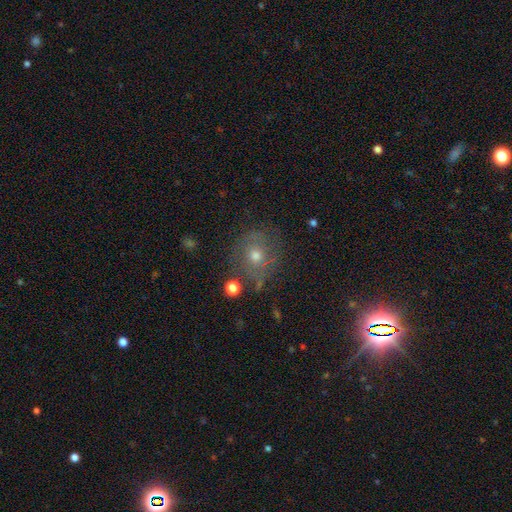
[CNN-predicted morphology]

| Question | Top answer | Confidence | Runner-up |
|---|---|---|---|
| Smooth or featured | smooth | 45% | featured or disk (34%) |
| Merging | none | 72% | minor disturbance (16%) |